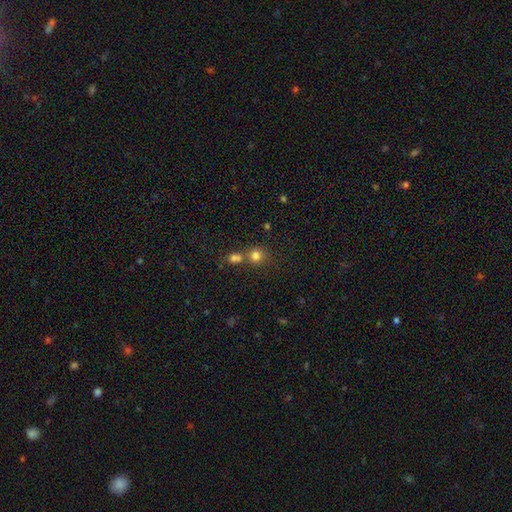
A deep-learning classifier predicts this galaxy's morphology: type=smooth (78%); roundness=round (86%); merging=none (54%).